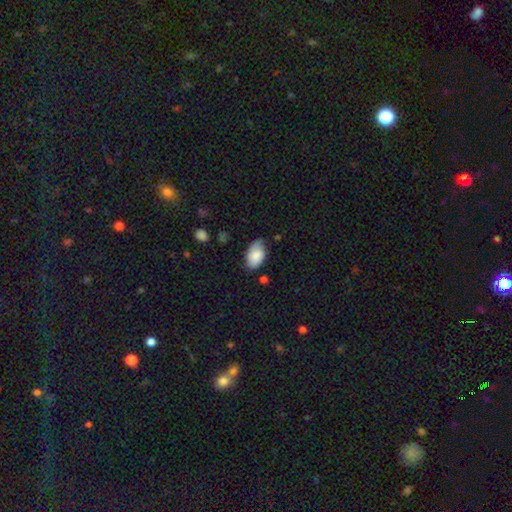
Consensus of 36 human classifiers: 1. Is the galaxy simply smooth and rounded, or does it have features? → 78% smooth, 17% featured or disk, 6% star or artifact.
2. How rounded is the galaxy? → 89% in between, 11% round, 0% cigar-shaped.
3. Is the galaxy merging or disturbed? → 65% none, 26% minor disturbance, 9% major disturbance, 0% merger.